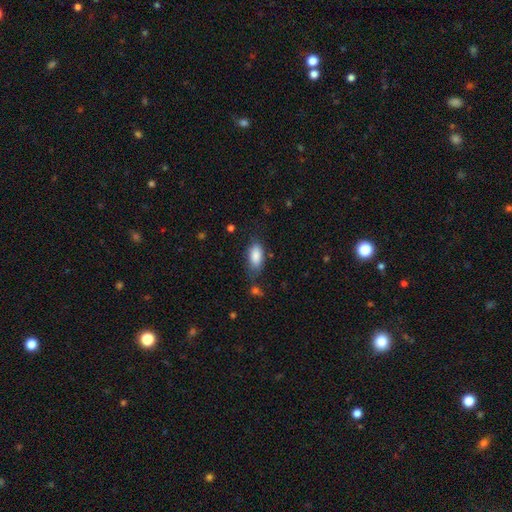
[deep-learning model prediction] smooth_or_featured: smooth (p=0.86) [alt: star or artifact p=0.07]
how_rounded: in between (p=0.91) [alt: cigar-shaped p=0.06]
merging: none (p=0.64) [alt: minor disturbance p=0.24]